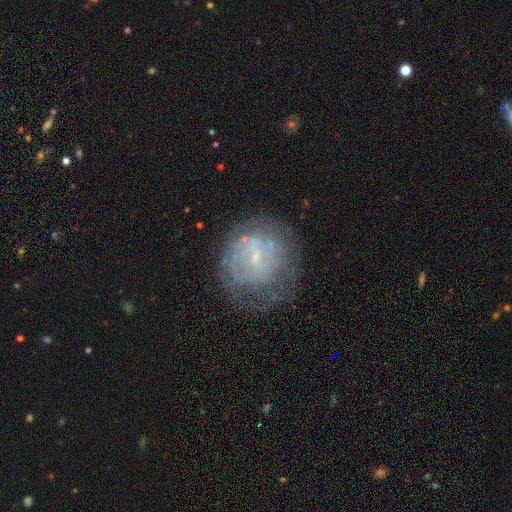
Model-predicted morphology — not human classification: The model was most divided on "spiral arms": no: 52%, yes: 48%. Remaining: edge-on disk — no (97%); bulge size — small (67%); smooth or featured — featured or disk (59%); merging — none (59%); bar — weak (46%).